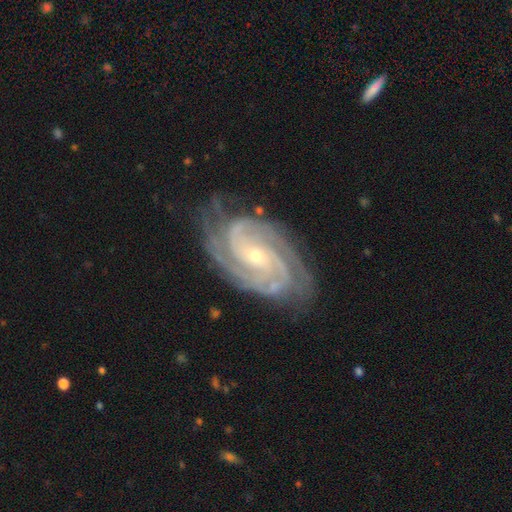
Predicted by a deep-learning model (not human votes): Smooth or featured? featured or disk (92%)
Edge-on disk? no (97%)
Bar? no (61%)
Spiral arms? yes (99%)
Spiral winding? tight (73%)
Spiral arm count? 3 (30%)
Bulge size? small (73%)
Merging? none (76%)